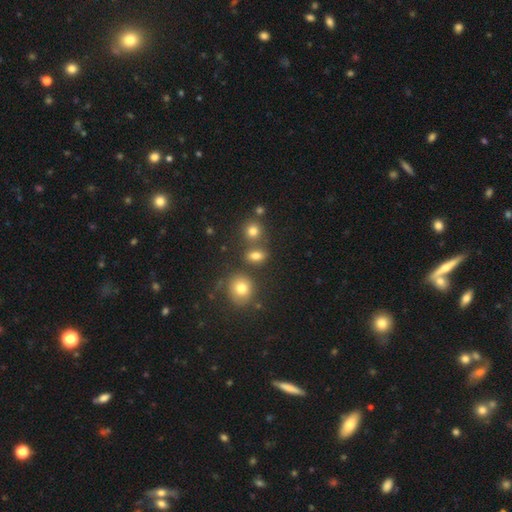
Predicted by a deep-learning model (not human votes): Overall: smooth (75%). How rounded: in between (57%; round 40%). Merging: none (67%).